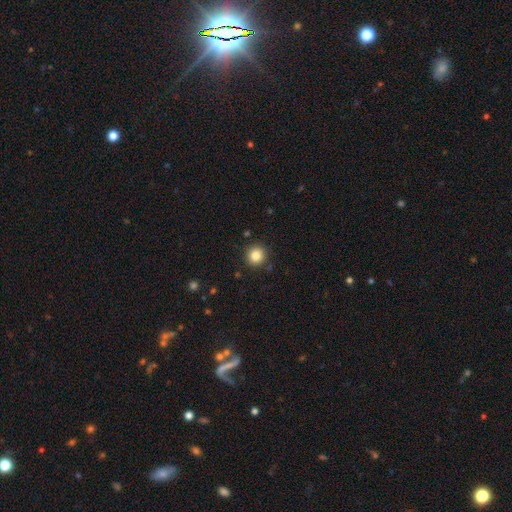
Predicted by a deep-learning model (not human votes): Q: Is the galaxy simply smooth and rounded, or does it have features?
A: smooth — 84%.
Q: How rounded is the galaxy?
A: round — 93%.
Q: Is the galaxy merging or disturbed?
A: none — 89%.